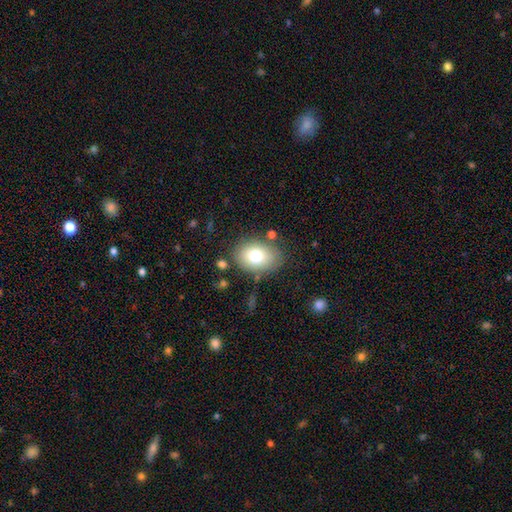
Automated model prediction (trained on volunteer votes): smooth_or_featured: smooth (p=0.77) [alt: featured or disk p=0.14]
how_rounded: in between (p=0.74) [alt: round p=0.25]
merging: none (p=0.79) [alt: minor disturbance p=0.13]